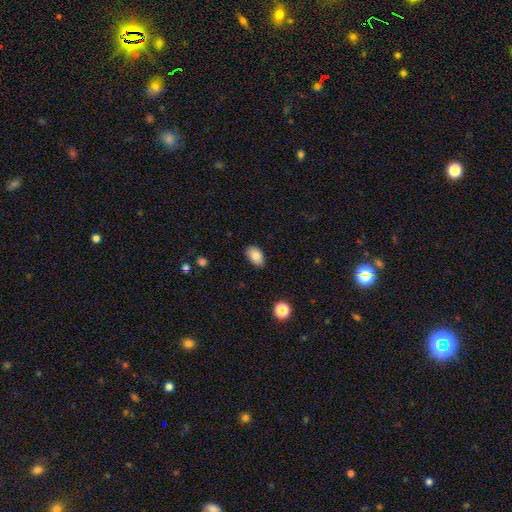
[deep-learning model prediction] Q: Smooth or featured?
A: smooth (84%); runner-up: star or artifact (8%)
Q: How rounded?
A: in between (90%); runner-up: round (9%)
Q: Merging?
A: none (82%); runner-up: minor disturbance (14%)